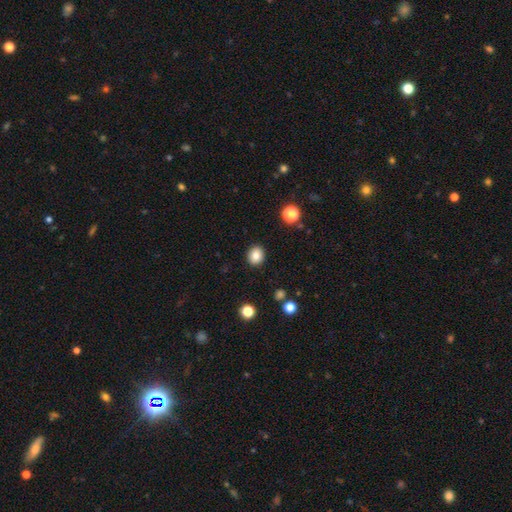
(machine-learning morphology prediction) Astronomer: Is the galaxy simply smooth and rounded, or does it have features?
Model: smooth — 84%.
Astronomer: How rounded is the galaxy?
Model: round — 73%.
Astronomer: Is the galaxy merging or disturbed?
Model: none — 90%.